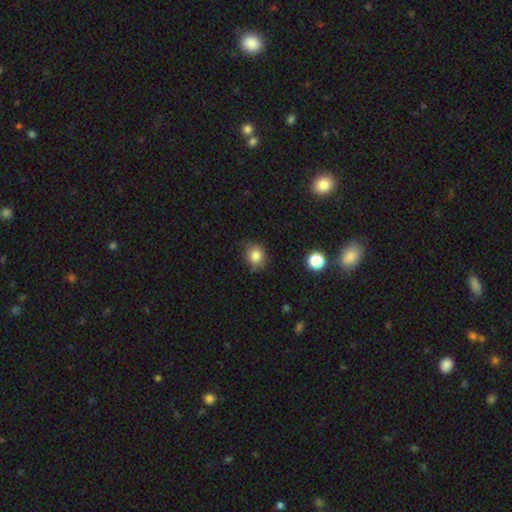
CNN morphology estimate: Overall: smooth (83%). How rounded: round (67%; in between 32%). Merging: none (72%).